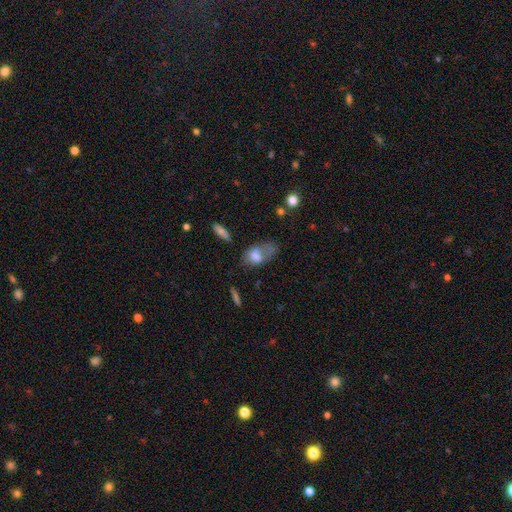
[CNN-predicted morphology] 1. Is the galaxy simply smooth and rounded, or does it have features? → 65% smooth, 25% featured or disk, 10% star or artifact.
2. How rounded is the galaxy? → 85% in between, 12% round, 3% cigar-shaped.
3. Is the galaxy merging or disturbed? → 32% major disturbance, 24% minor disturbance, 22% none, 22% merger.